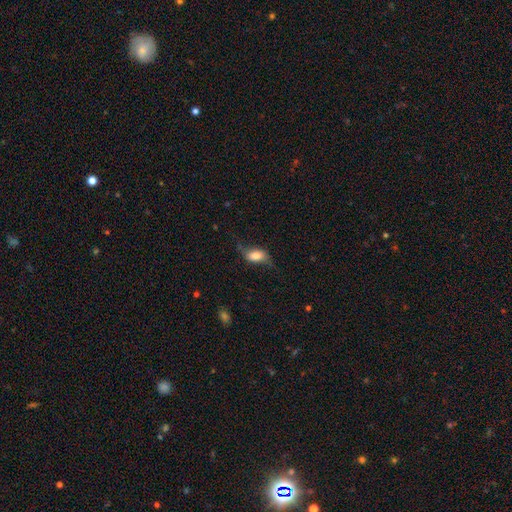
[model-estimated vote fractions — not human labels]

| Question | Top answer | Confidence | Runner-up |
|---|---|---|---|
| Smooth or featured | smooth | 57% | featured or disk (34%) |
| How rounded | in between | 85% | round (9%) |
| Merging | none | 58% | minor disturbance (25%) |